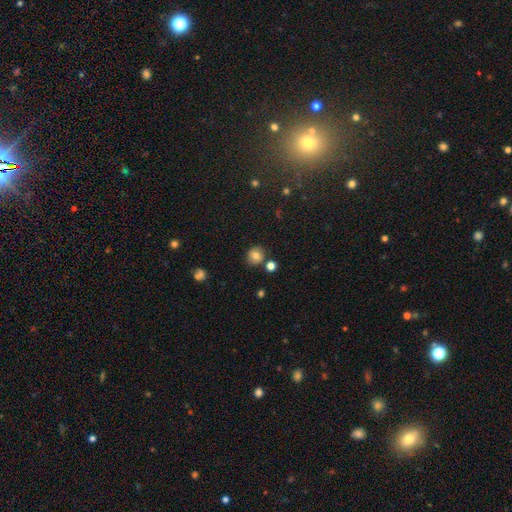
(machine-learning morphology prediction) smooth-or-featured: smooth: 78% | star or artifact: 12% | featured or disk: 10%
  how-rounded: round: 86% | in between: 13% | cigar-shaped: 1%
  merging: none: 81% | minor disturbance: 10% | merger: 7% | major disturbance: 3%